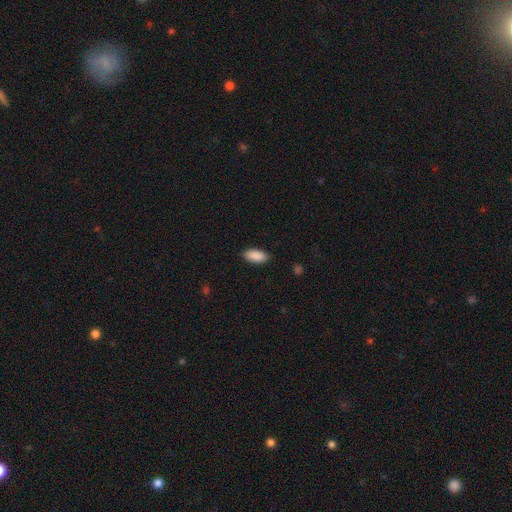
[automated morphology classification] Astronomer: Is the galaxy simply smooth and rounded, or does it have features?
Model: smooth — 91%.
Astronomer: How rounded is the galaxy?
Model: in between — 90%.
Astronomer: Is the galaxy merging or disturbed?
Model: none — 88%.